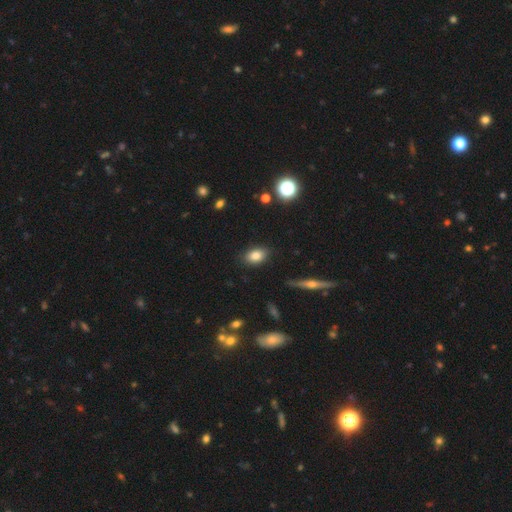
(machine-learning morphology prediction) A smooth galaxy with no disk features (83%) that is in between round and cigar-shaped (82%). Merging: none (86%).